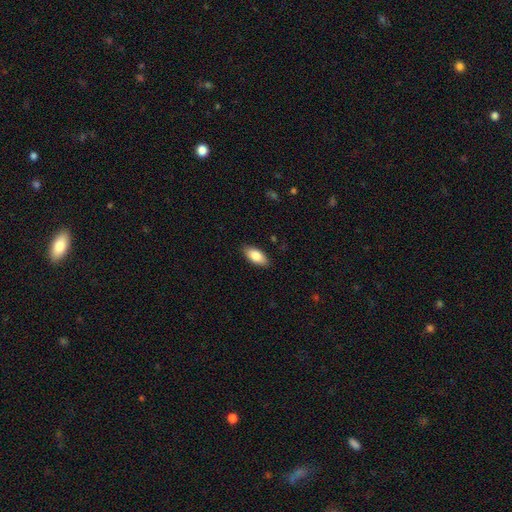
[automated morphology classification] smooth-or-featured: smooth: 86% | featured or disk: 8% | star or artifact: 6%
  how-rounded: in between: 90% | cigar-shaped: 7% | round: 2%
  merging: none: 88% | minor disturbance: 9% | major disturbance: 2% | merger: 1%